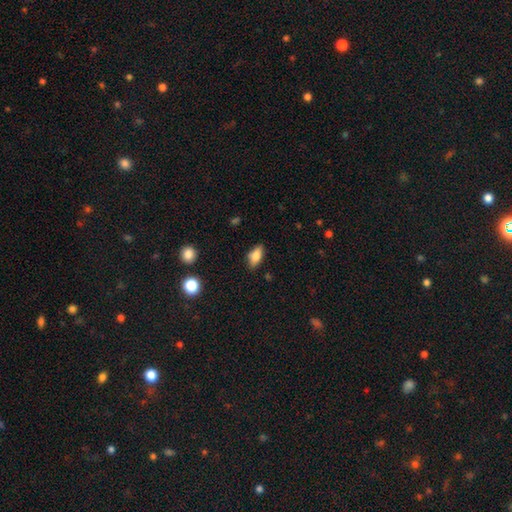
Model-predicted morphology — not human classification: The model was most divided on "merging": none: 80%, minor disturbance: 15%, major disturbance: 3%, merger: 2%. More confident: how rounded — in between (86%); smooth or featured — smooth (82%).